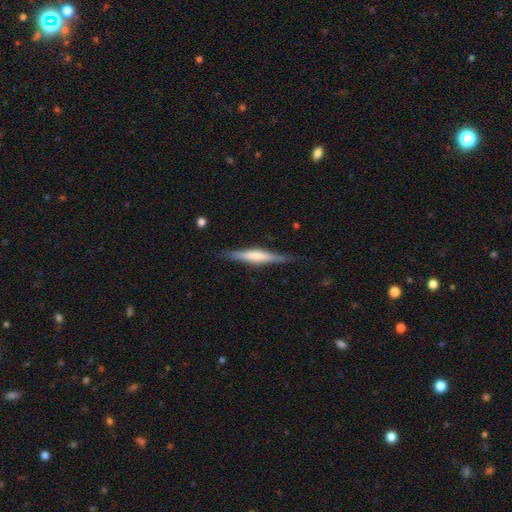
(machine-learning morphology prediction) Smooth or featured? featured or disk (62%)
Edge-on disk? yes (97%)
Edge-on bulge? rounded (41%)
Merging? none (86%)